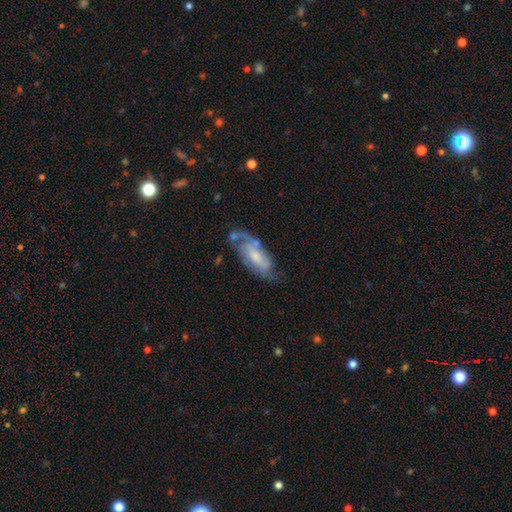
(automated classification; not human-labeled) Q: Smooth or featured?
A: featured or disk (70%); runner-up: smooth (24%)
Q: Edge-on disk?
A: no (90%); runner-up: yes (10%)
Q: Bar?
A: no (52%); runner-up: weak (39%)
Q: Spiral arms?
A: yes (87%); runner-up: no (13%)
Q: Spiral winding?
A: medium (44%); runner-up: tight (37%)
Q: Spiral arm count?
A: 2 (54%); runner-up: can't tell (24%)
Q: Bulge size?
A: moderate (45%); runner-up: small (38%)
Q: Merging?
A: none (54%); runner-up: minor disturbance (26%)